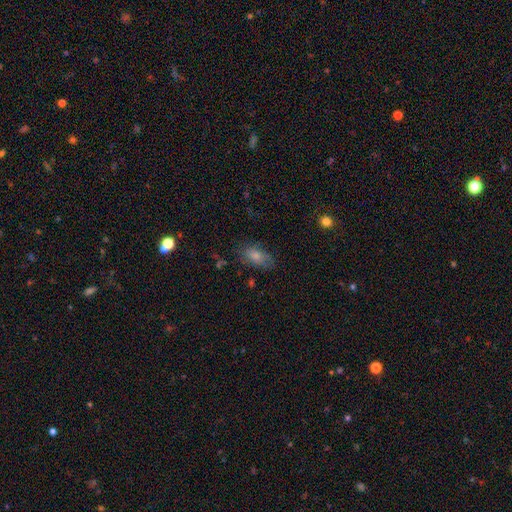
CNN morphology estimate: smooth 78%, featured or disk 13%, star or artifact 9%. Down the decision tree: how rounded — in between (90%); merging — none (70%).